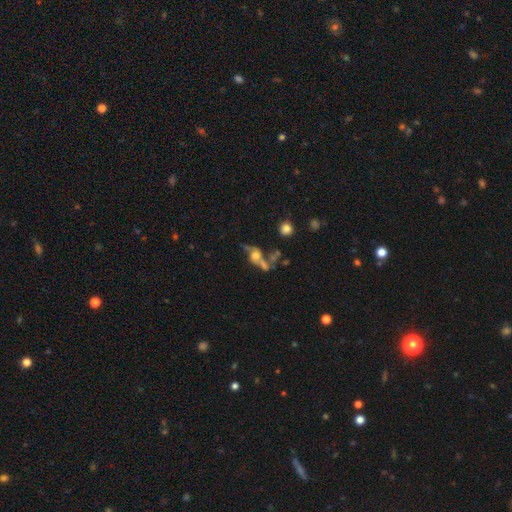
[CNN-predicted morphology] featured or disk 51%, smooth 34%, star or artifact 15%. Down the decision tree: edge-on disk — no (77%); merging — merger (37%).